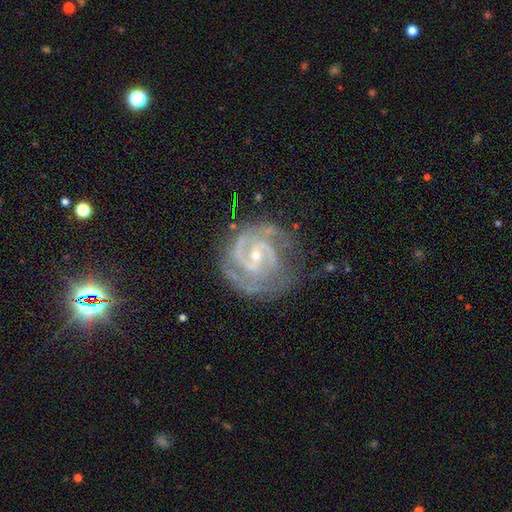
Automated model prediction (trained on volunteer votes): A featured or disk galaxy (91%) with a weak bar (48%), 2 (65%) tight (56%) spiral arms (98%) and a small central bulge (69%).

Vote fractions:
- Smooth or featured? featured or disk: 91% / star or artifact: 5% / smooth: 4%
- Edge-on disk? no: 98% / yes: 2%
- Bar? weak: 48% / no: 32% / strong: 21%
- Spiral arms? yes: 98% / no: 2%
- Spiral winding? tight: 56% / medium: 38% / loose: 5%
- Spiral arm count? 2: 65% / 3: 17% / can't tell: 9% / 4: 4% / 1: 3% / more than 4: 3%
- Bulge size? small: 69% / moderate: 28% / none: 2% / large: 1% / dominant: 1%
- Merging? none: 66% / minor disturbance: 22% / major disturbance: 11% / merger: 2%